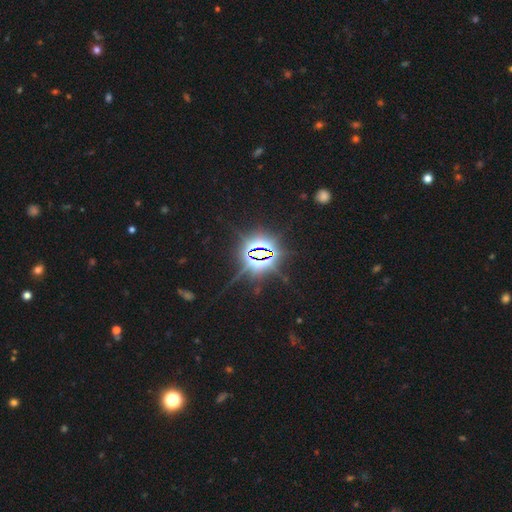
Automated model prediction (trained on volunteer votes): A star or artifact, not a galaxy (85%).

Vote fractions:
- Smooth or featured? star or artifact: 85% / featured or disk: 8% / smooth: 7%